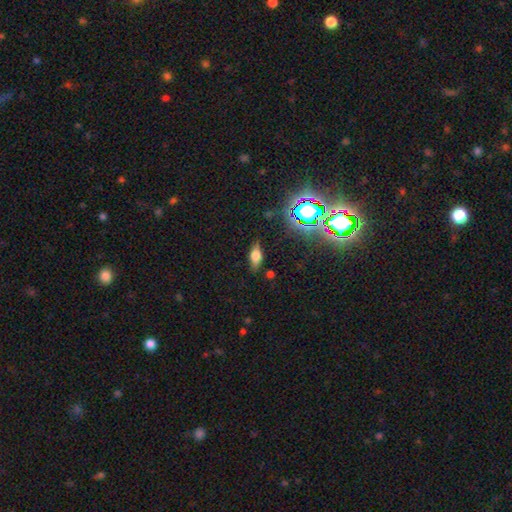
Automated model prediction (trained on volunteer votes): Morphology: type=smooth (59%); roundness=in between (76%); merging=none (81%).